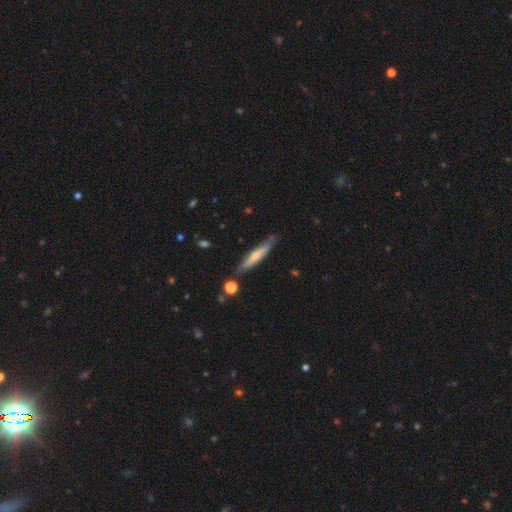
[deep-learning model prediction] Q: Smooth or featured?
A: smooth (50%); runner-up: featured or disk (44%)
Q: How rounded?
A: cigar-shaped (91%); runner-up: in between (8%)
Q: Merging?
A: none (75%); runner-up: minor disturbance (17%)